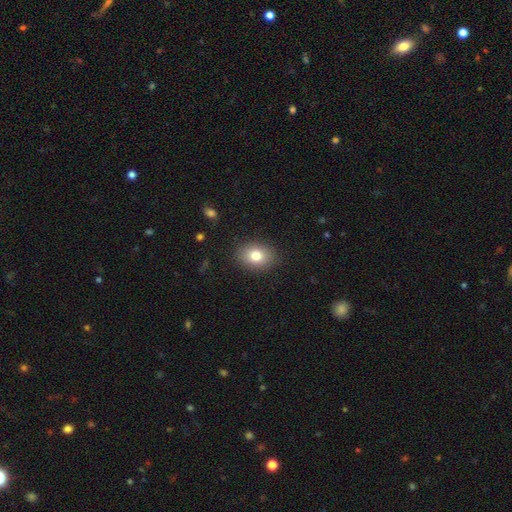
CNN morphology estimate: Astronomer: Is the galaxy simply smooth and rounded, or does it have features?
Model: smooth — 80%.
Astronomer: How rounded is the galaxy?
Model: in between — 63%.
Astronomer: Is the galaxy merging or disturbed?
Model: none — 88%.